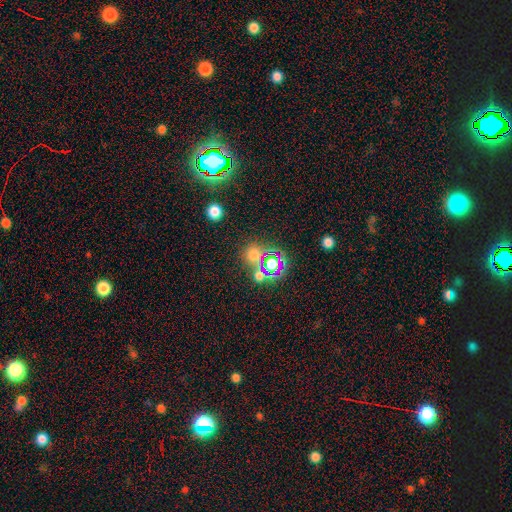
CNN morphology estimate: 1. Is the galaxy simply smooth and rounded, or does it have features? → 54% star or artifact, 38% smooth, 8% featured or disk.